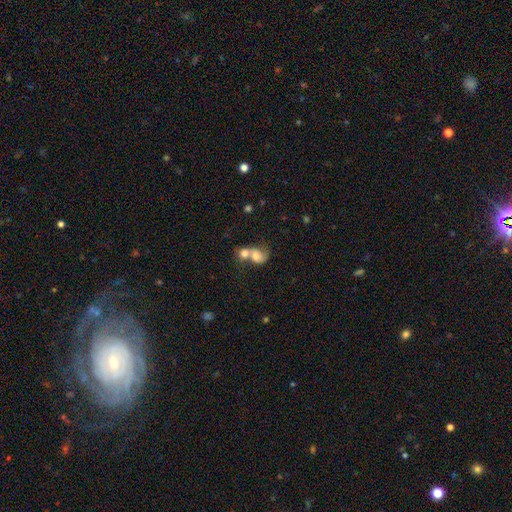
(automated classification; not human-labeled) The model was most divided on "how rounded": round: 51%, in between: 47%, cigar-shaped: 2%. More confident: merging — merger (75%); smooth or featured — smooth (61%).